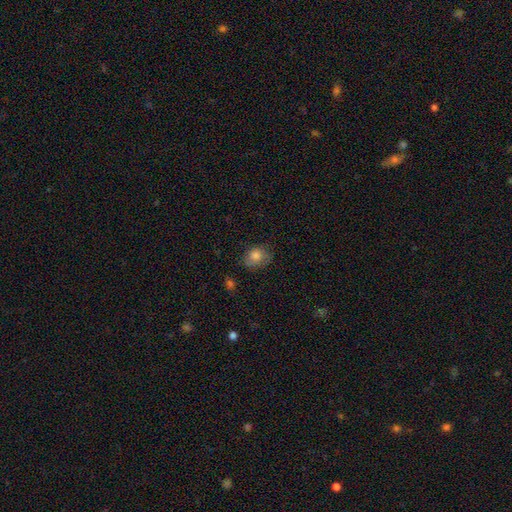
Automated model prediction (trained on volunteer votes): Smooth or featured? Predicted: smooth (p=0.81). How rounded? Predicted: round (p=0.51). Merging? Predicted: none (p=0.68).